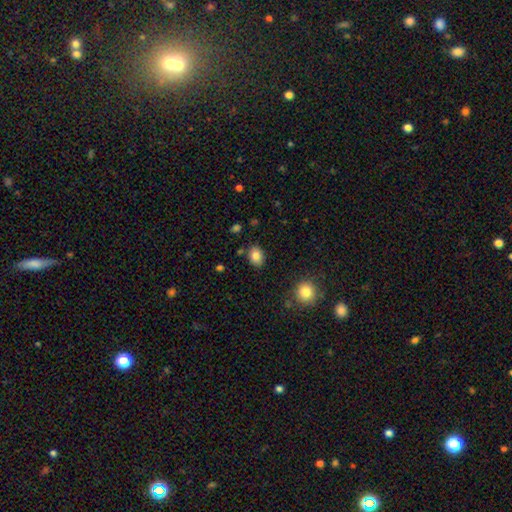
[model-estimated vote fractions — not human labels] This appears to be a smooth galaxy with no disk features (83%) that is in between round and cigar-shaped (67%). Merging: none (83%).